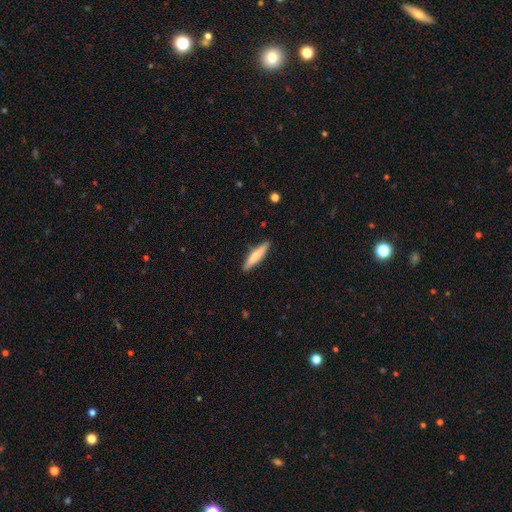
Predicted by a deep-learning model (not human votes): smooth 69%, featured or disk 26%, star or artifact 5%. Down the decision tree: how rounded — cigar-shaped (87%); merging — none (90%).